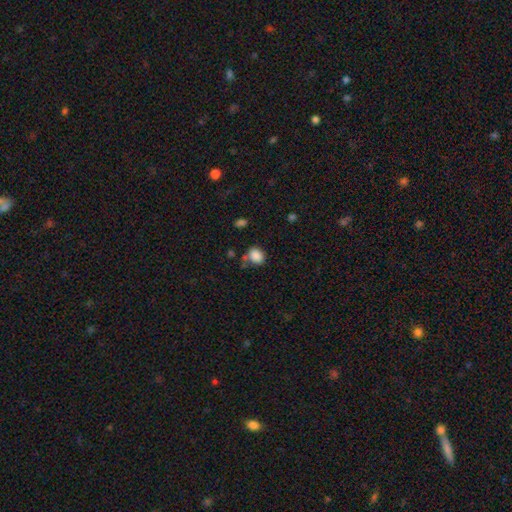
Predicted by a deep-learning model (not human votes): Overall: smooth (86%). How rounded: in between (51%; round 48%). Merging: none (63%).